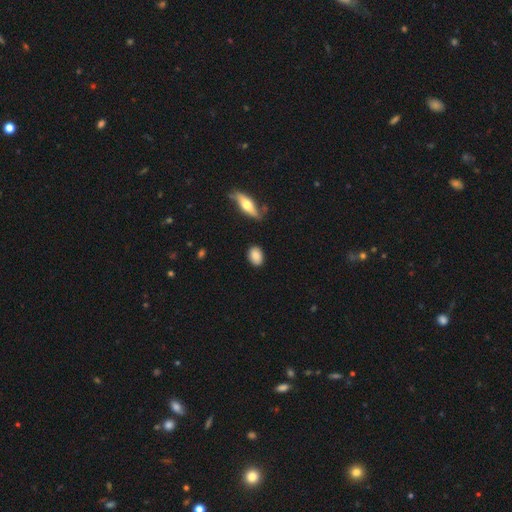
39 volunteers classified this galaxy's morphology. A smooth galaxy with no disk features (90%) that is in between round and cigar-shaped (83%).

Vote fractions:
- Smooth or featured? smooth: 90% / featured or disk: 5% / star or artifact: 5%
- How rounded? in between: 83% / round: 14% / cigar-shaped: 3%
- Merging? none: 92% / major disturbance: 5% / merger: 3% / minor disturbance: 0%